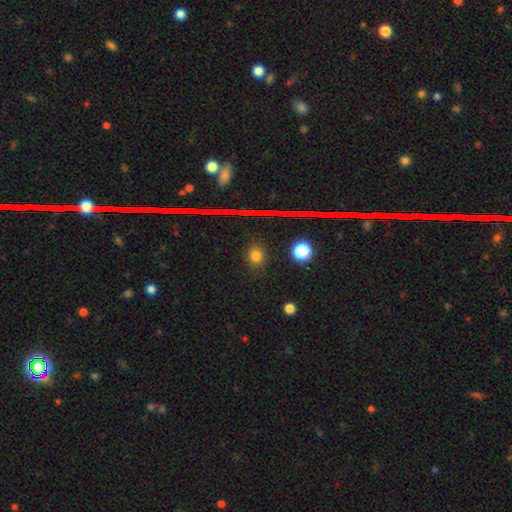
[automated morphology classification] Smooth or featured? smooth (75%)
How rounded? round (51%)
Merging? none (87%)